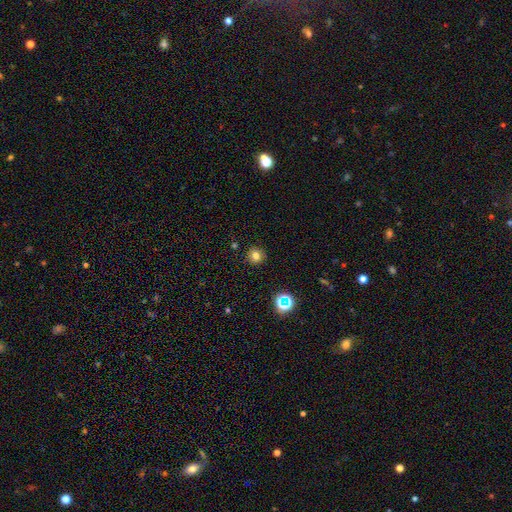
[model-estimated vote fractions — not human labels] Q: Smooth or featured?
A: smooth (76%); runner-up: star or artifact (17%)
Q: How rounded?
A: round (94%); runner-up: in between (5%)
Q: Merging?
A: none (90%); runner-up: minor disturbance (6%)